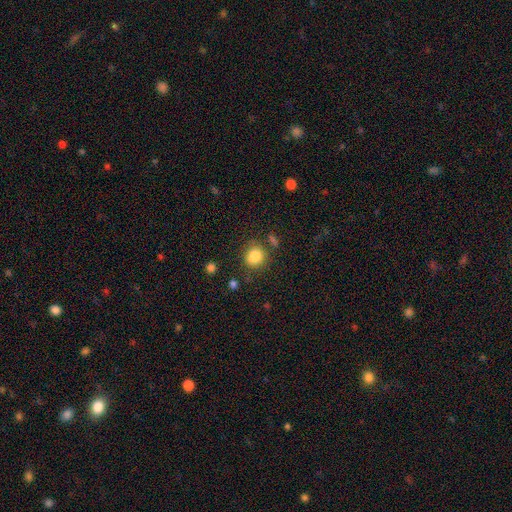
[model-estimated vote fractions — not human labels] Smooth or featured? smooth (83%)
How rounded? round (76%)
Merging? none (72%)